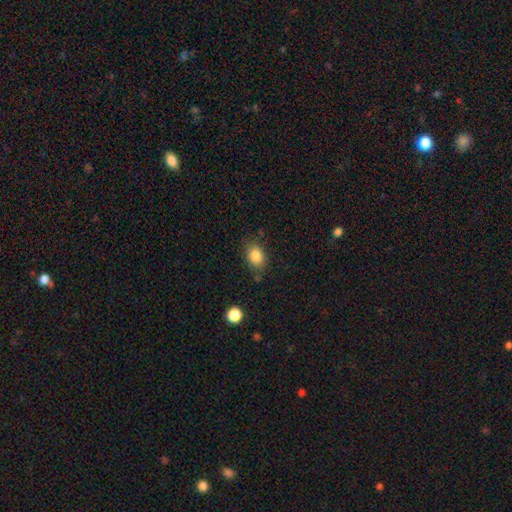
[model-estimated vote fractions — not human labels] Morphology: type=smooth (84%); roundness=in between (66%); merging=none (76%).